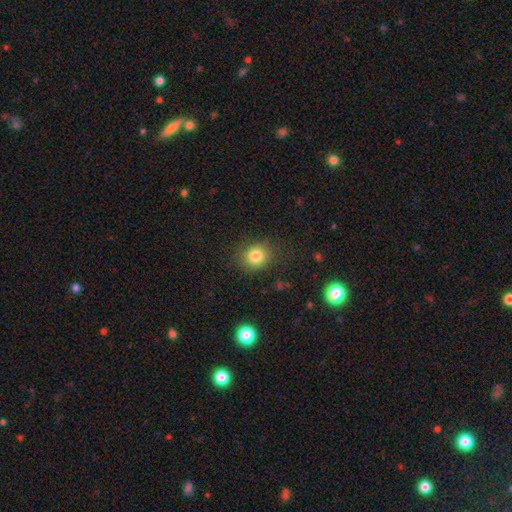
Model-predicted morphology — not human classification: The model was most divided on "how rounded": round: 75%, in between: 24%, cigar-shaped: 1%. More confident: merging — none (83%); smooth or featured — smooth (82%).